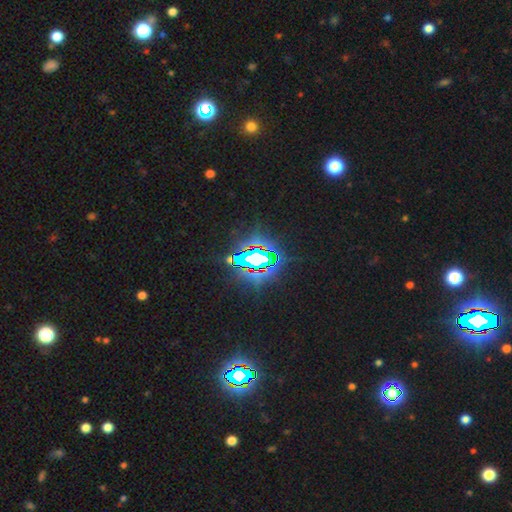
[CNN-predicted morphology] Smooth or featured: star or artifact — 78% (smooth — 12%)